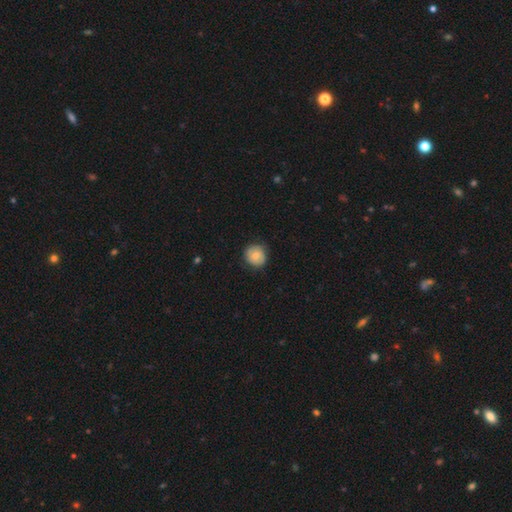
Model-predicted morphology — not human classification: A smooth galaxy with no disk features (67%) that is round (86%).

Vote fractions:
- Smooth or featured? smooth: 67% / featured or disk: 26% / star or artifact: 8%
- How rounded? round: 86% / in between: 13% / cigar-shaped: 1%
- Merging? none: 80% / minor disturbance: 15% / major disturbance: 3% / merger: 1%